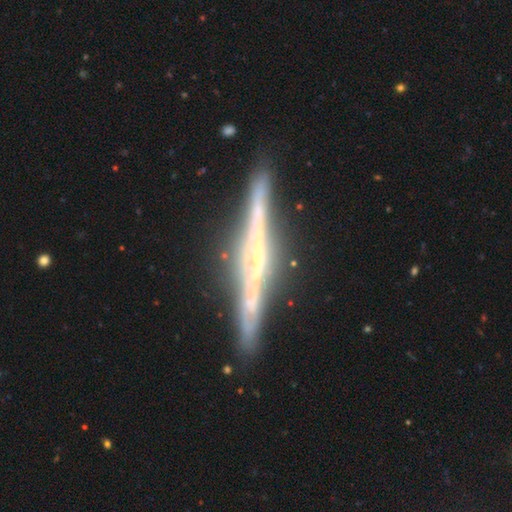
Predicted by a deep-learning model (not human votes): Smooth or featured: featured or disk — 85% (smooth — 9%)
Edge-on disk: yes — 98% (no — 2%)
Edge-on bulge: none — 52% (rounded — 33%)
Merging: none — 87% (minor disturbance — 9%)